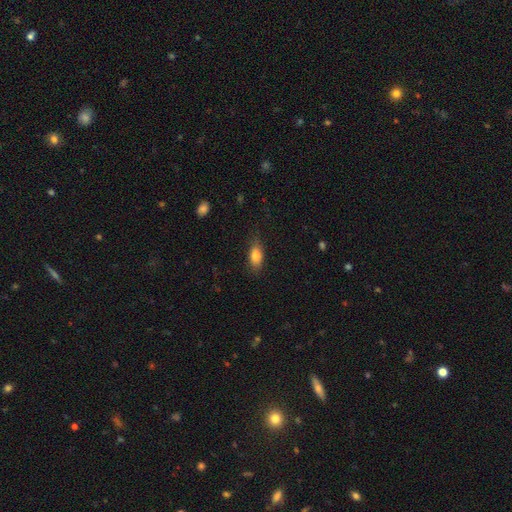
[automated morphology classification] This is clearly a smooth galaxy (80%). How rounded: clearly in between (82%). Merging: likely none (78%).